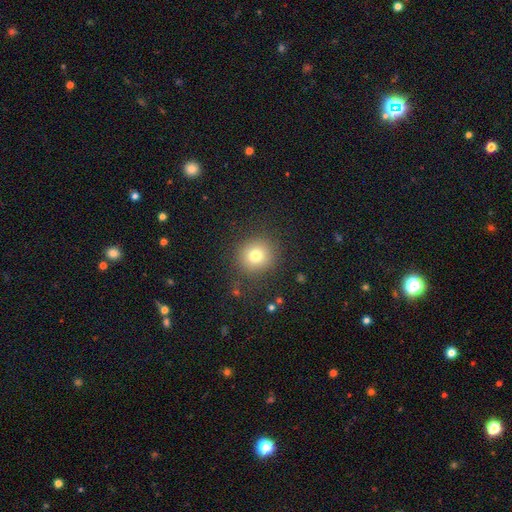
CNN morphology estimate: Overall: smooth (76%). How rounded: round (89%). Merging: none (85%).